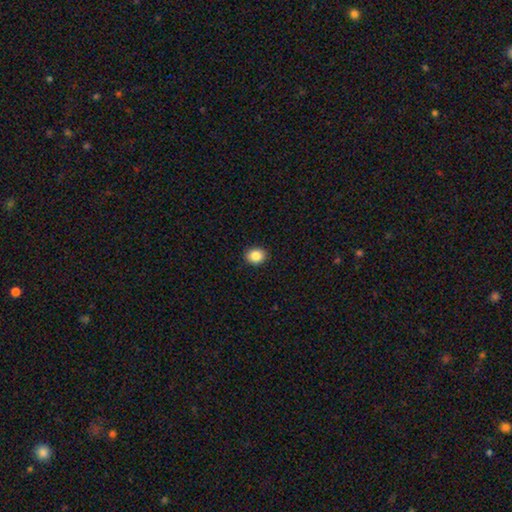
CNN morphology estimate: A smooth galaxy with no disk features (86%) that is round (57%). Merging: none (91%).